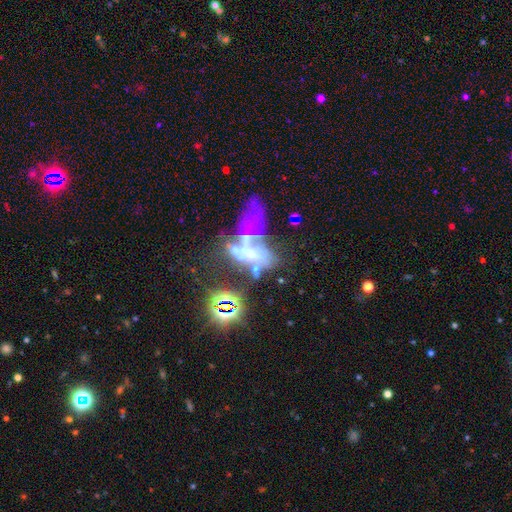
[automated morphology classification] A featured or disk galaxy (54%) with no bar (85%), no spiral arms (86%) and no central bulge (50%). Merging: merger (40%).